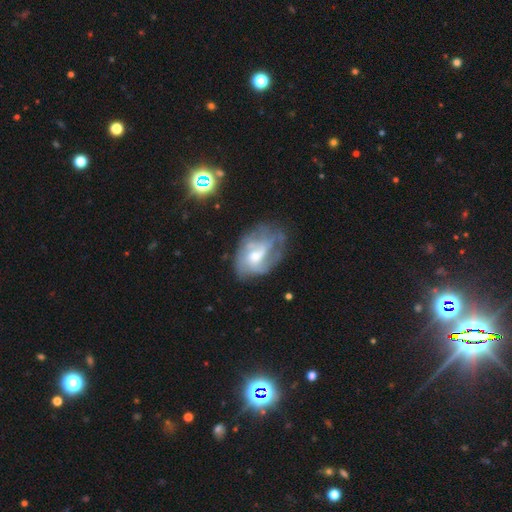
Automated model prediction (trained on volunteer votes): featured or disk 61%, smooth 30%, star or artifact 9%. Down the decision tree: edge-on disk — no (97%); bar — no (59%); spiral arms — yes (58%); bulge size — moderate (53%); merging — none (38%).